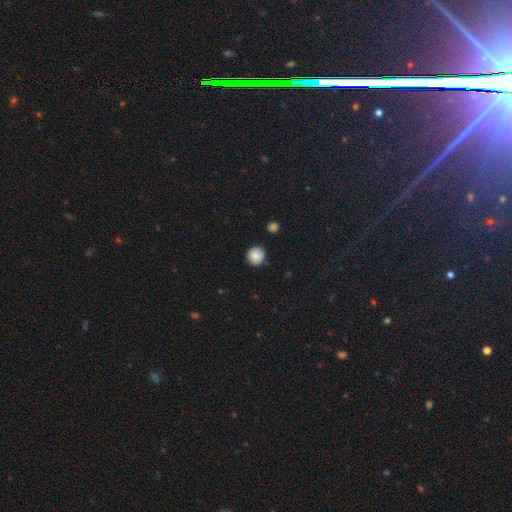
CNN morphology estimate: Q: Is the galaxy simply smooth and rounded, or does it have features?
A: smooth — 84%.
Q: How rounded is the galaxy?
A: round — 94%.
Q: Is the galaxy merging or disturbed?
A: none — 88%.